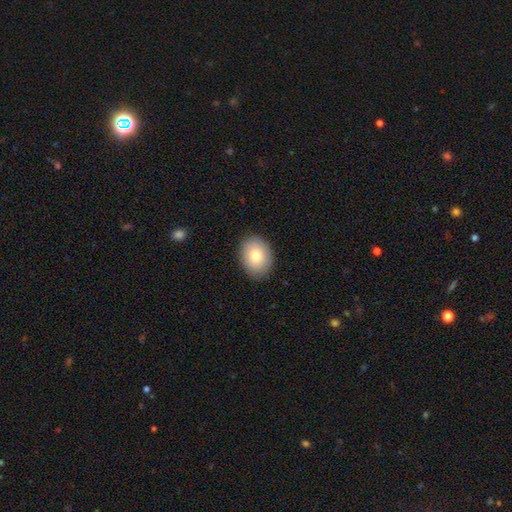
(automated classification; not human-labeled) Overall: smooth (81%). How rounded: in between (67%; round 32%). Merging: none (87%).